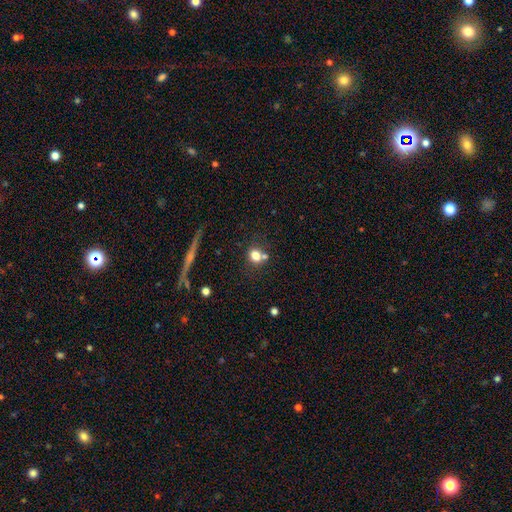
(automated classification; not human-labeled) smooth-or-featured: smooth: 75% | star or artifact: 13% | featured or disk: 12%
  how-rounded: round: 76% | in between: 23% | cigar-shaped: 2%
  merging: none: 59% | merger: 26% | minor disturbance: 11% | major disturbance: 5%